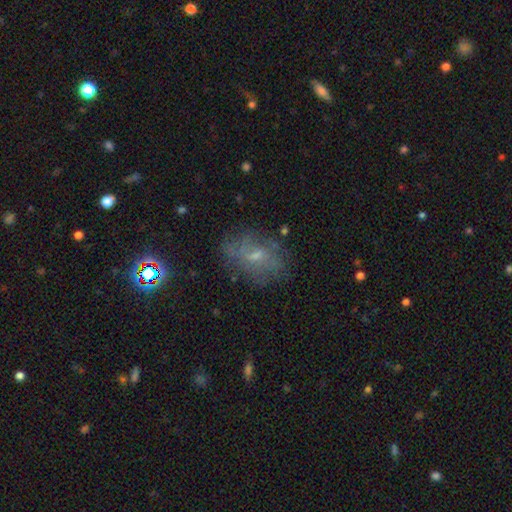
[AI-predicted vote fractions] smooth_or_featured: featured or disk (p=0.47) [alt: smooth p=0.36]
merging: none (p=0.64) [alt: minor disturbance p=0.21]